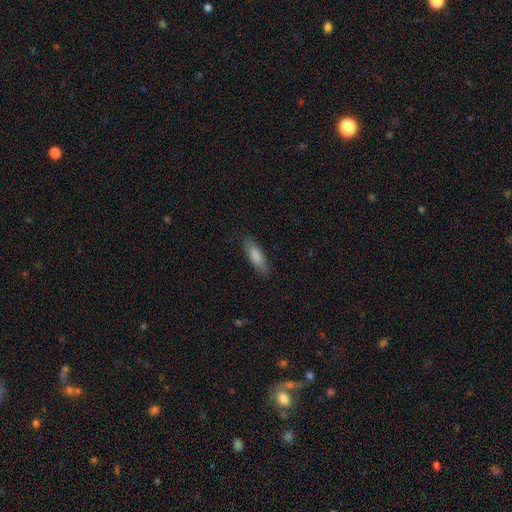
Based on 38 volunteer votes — This is clearly a smooth galaxy (84%). How rounded: likely cigar-shaped (75%). Merging: likely none (71%).